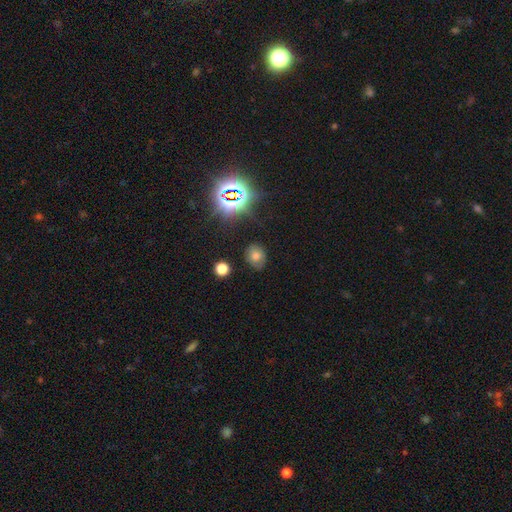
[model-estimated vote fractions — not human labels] Overall: smooth (64%; star or artifact 24%). How rounded: in between (50%; round 49%). Merging: none (81%).